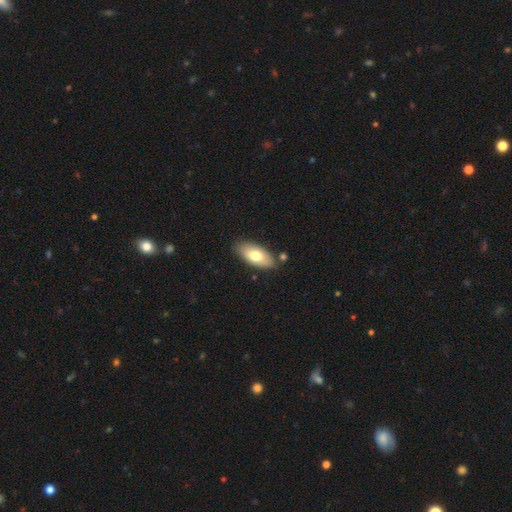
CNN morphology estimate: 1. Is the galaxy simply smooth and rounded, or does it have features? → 72% smooth, 22% featured or disk, 6% star or artifact.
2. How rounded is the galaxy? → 90% in between, 8% cigar-shaped, 3% round.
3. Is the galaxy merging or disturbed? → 80% none, 12% minor disturbance, 5% merger, 2% major disturbance.